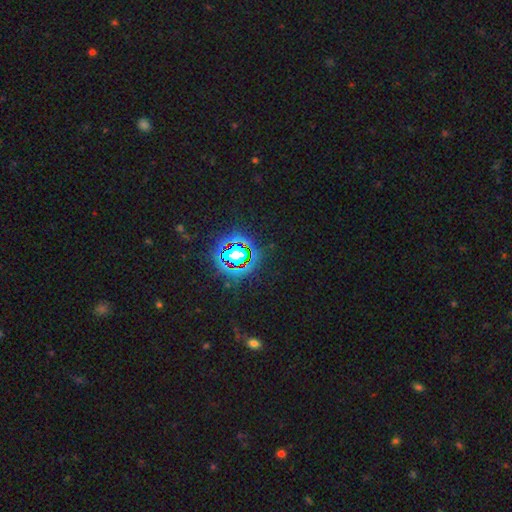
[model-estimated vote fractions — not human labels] A star or artifact, not a galaxy (80%).

Vote fractions:
- Smooth or featured? star or artifact: 80% / smooth: 12% / featured or disk: 8%